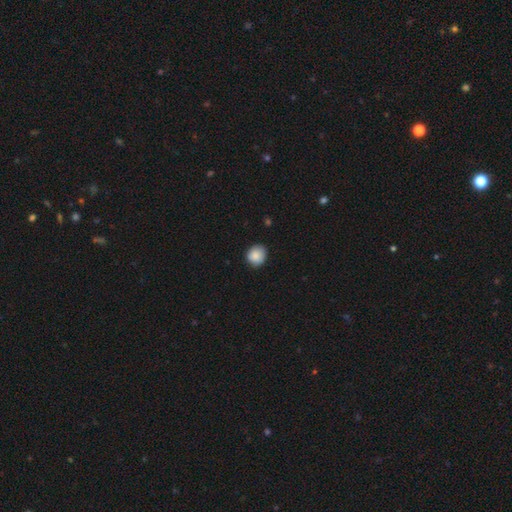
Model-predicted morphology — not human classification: Smooth or featured? Predicted: smooth (p=0.88). How rounded? Predicted: round (p=0.81). Merging? Predicted: none (p=0.81).